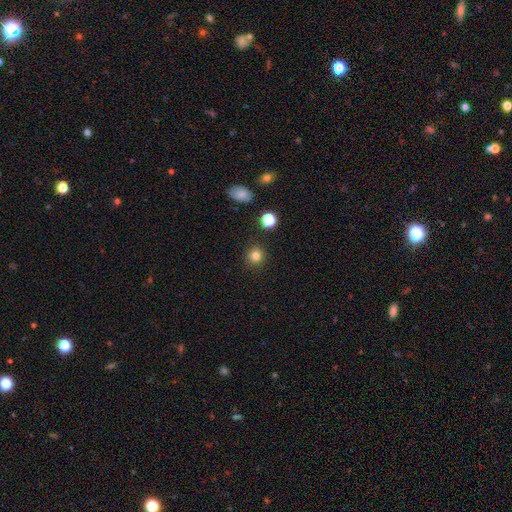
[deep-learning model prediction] Morphology: type=smooth (81%); roundness=round (91%); merging=none (90%).